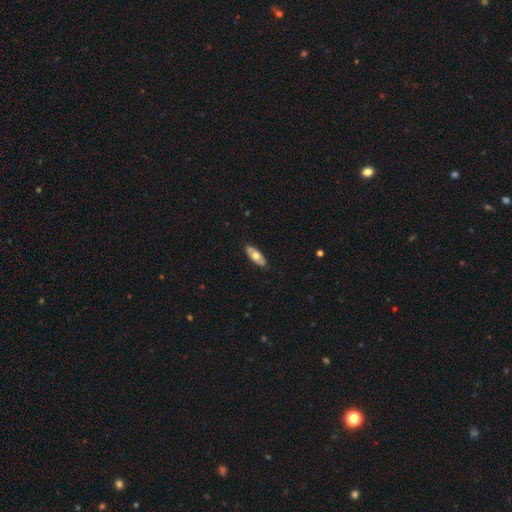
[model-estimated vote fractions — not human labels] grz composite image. It shows a smooth galaxy with no disk features (58%) that is in between round and cigar-shaped (79%). Merging: none (87%).